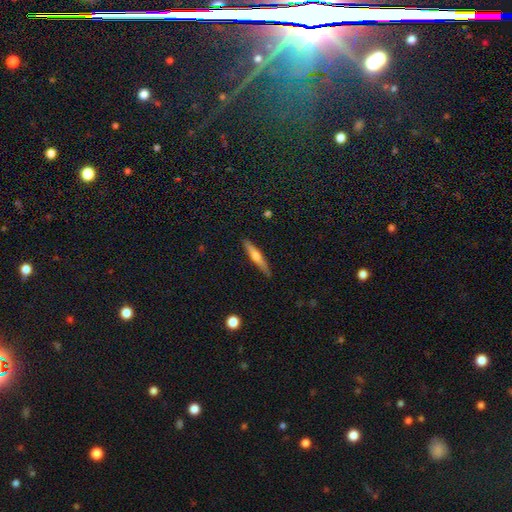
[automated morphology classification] smooth_or_featured: featured or disk (p=0.50) [alt: smooth p=0.44]
disk_edge_on: yes (p=0.95) [alt: no p=0.05]
merging: none (p=0.87) [alt: minor disturbance p=0.10]